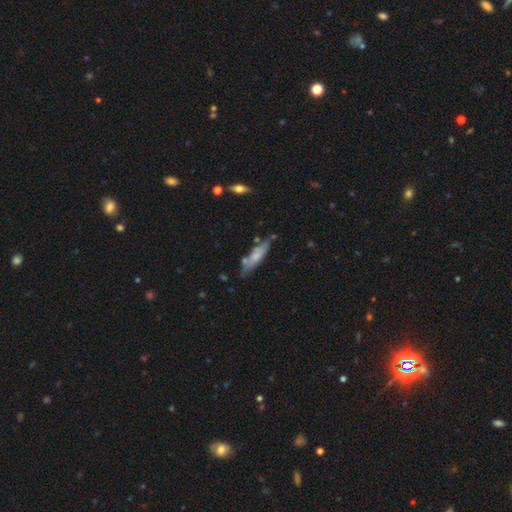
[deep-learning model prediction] Morphology: type=smooth (60%); roundness=cigar-shaped (69%); merging=none (65%).